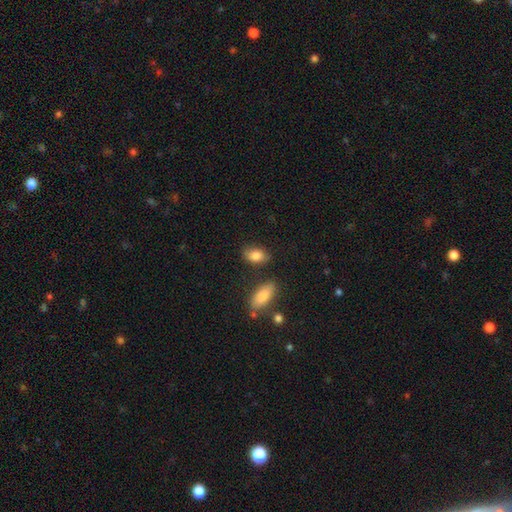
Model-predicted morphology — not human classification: Smooth or featured? smooth (85%)
How rounded? in between (86%)
Merging? none (73%)